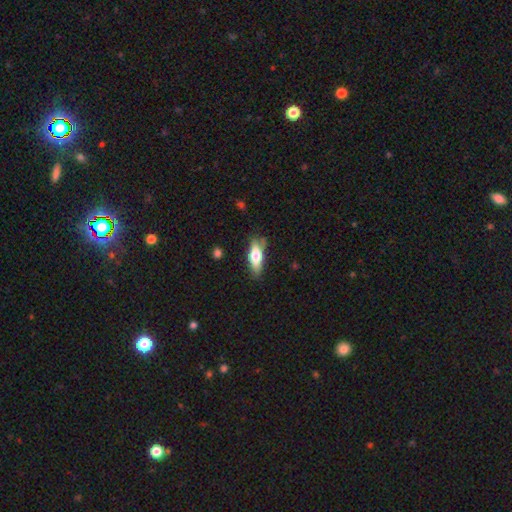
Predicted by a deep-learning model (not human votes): Smooth or featured: smooth — 62% (featured or disk — 31%)
How rounded: in between — 61% (cigar-shaped — 36%)
Merging: none — 72% (minor disturbance — 20%)